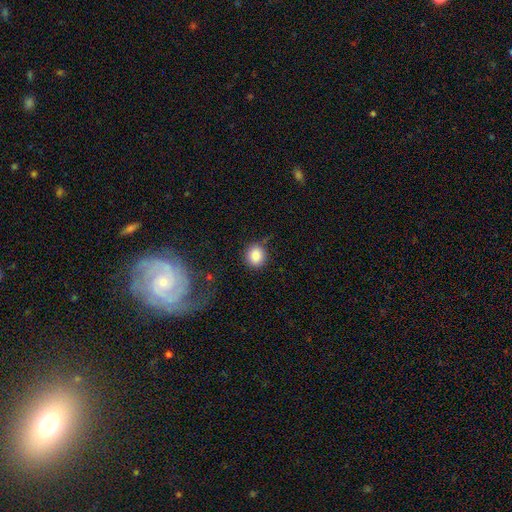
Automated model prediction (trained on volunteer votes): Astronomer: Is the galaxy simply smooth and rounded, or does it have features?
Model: smooth — 86%.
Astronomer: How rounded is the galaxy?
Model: round — 80%.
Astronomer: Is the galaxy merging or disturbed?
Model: none — 74%.